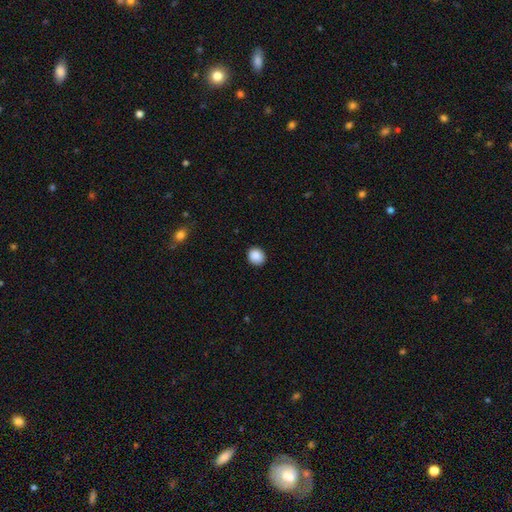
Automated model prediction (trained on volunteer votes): smooth-or-featured: smooth: 89% | star or artifact: 9% | featured or disk: 3%
  how-rounded: round: 78% | in between: 21% | cigar-shaped: 1%
  merging: none: 90% | minor disturbance: 7% | major disturbance: 2% | merger: 1%